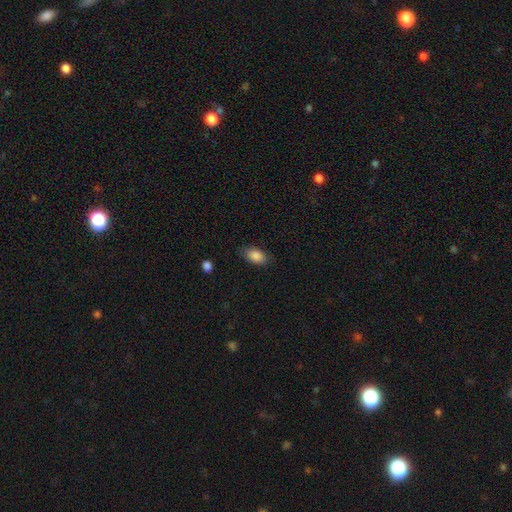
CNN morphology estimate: Smooth or featured? smooth (88%)
How rounded? in between (90%)
Merging? none (81%)